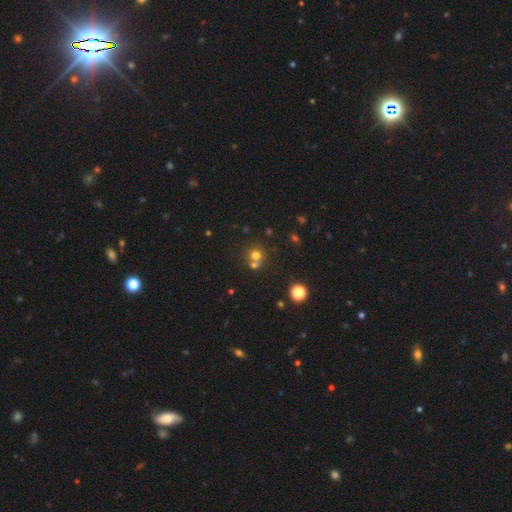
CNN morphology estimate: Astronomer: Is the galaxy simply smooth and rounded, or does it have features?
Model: smooth — 67%.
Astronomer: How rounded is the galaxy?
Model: round — 88%.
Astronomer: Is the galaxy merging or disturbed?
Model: none — 51% (runner-up: merger, 39%).